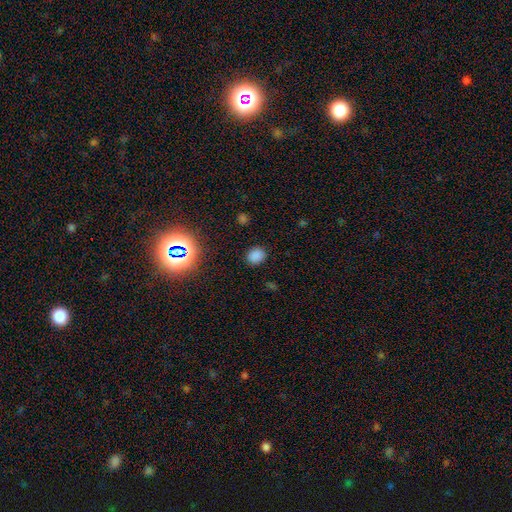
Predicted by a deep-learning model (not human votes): The model was most divided on "how rounded": round: 64%, in between: 35%, cigar-shaped: 1%. More confident: merging — none (87%); smooth or featured — smooth (80%).